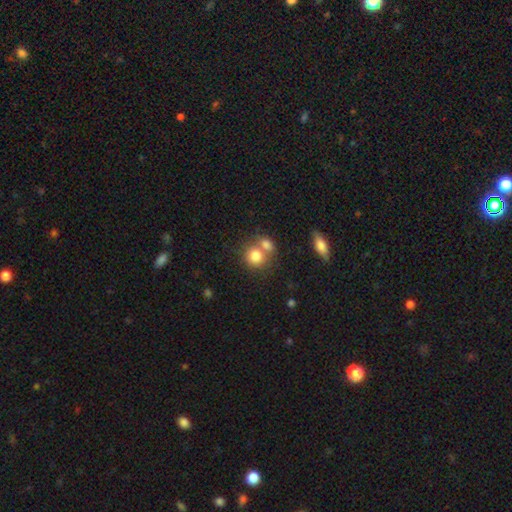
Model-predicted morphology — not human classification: Smooth or featured? smooth (80%)
How rounded? round (80%)
Merging? merger (47%)